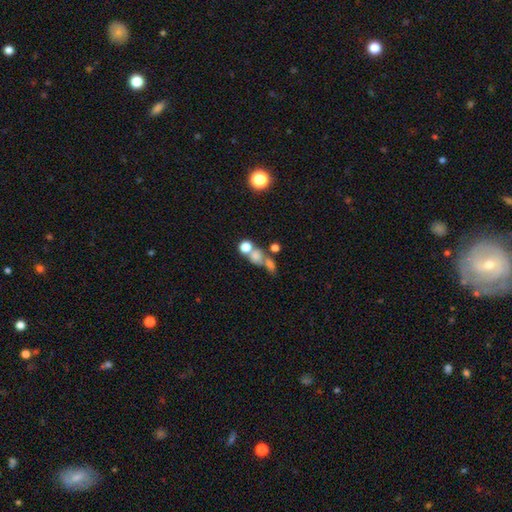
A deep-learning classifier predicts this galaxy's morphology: This appears to be a smooth galaxy with no disk features (63%) that is round (67%). Merging: merger (51%).